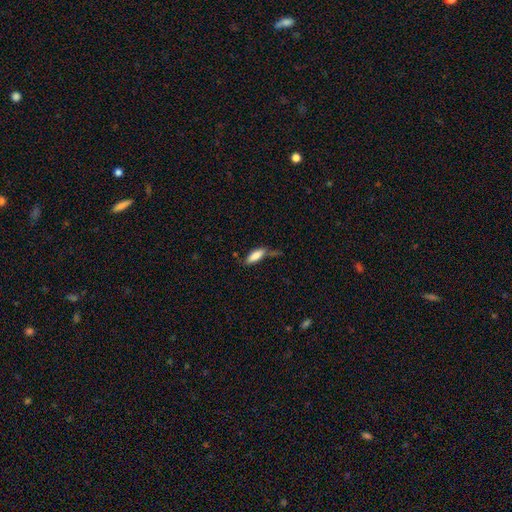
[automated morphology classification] This appears to be a smooth galaxy with no disk features (82%) that is in between round and cigar-shaped (63%). Merging: none (56%).